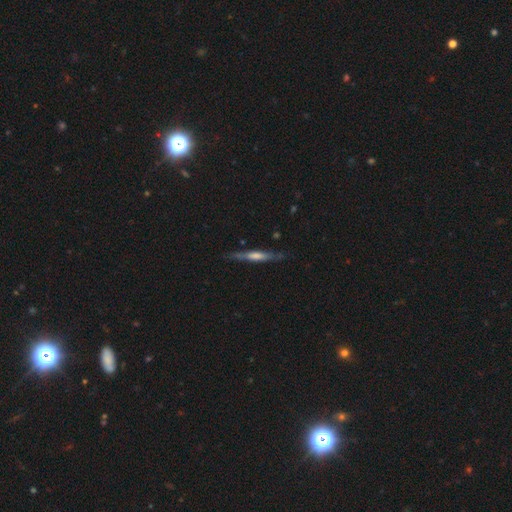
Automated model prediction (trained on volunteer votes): The model was most divided on "edge-on bulge": rounded: 50%, boxy: 27%, none: 22%. More confident: edge-on disk — yes (94%); merging — none (82%); smooth or featured — featured or disk (67%).